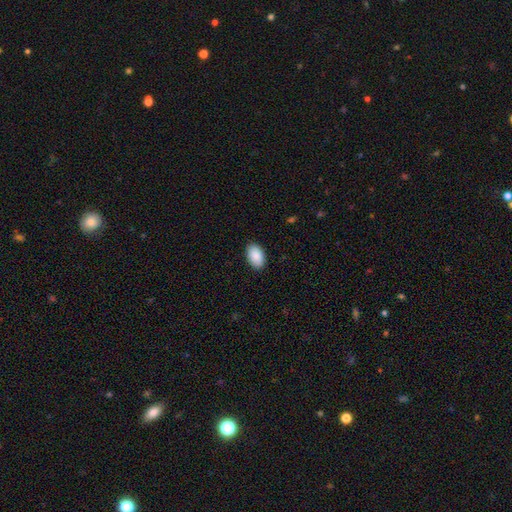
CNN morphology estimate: Smooth or featured? smooth (91%)
How rounded? in between (94%)
Merging? none (89%)